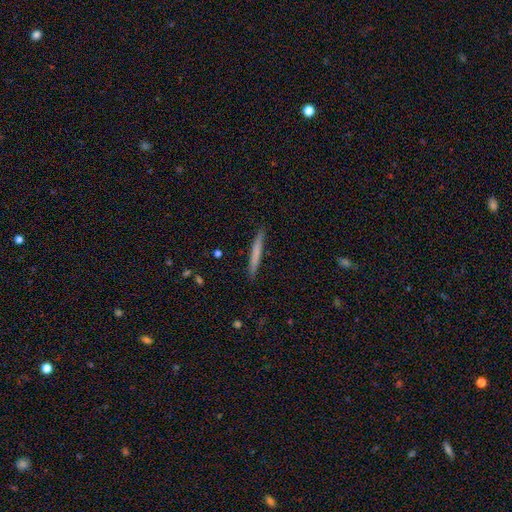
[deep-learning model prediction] smooth-or-featured: smooth: 64% | featured or disk: 30% | star or artifact: 6%
  how-rounded: cigar-shaped: 97% | in between: 2% | round: 1%
  merging: none: 91% | minor disturbance: 6% | major disturbance: 1% | merger: 1%